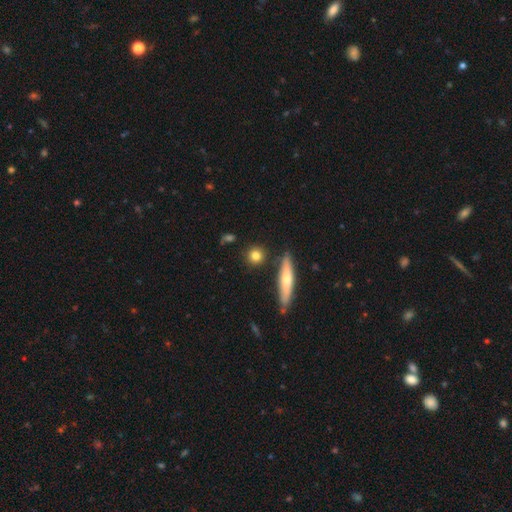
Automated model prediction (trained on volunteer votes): Smooth or featured? smooth (79%)
How rounded? round (77%)
Merging? none (83%)